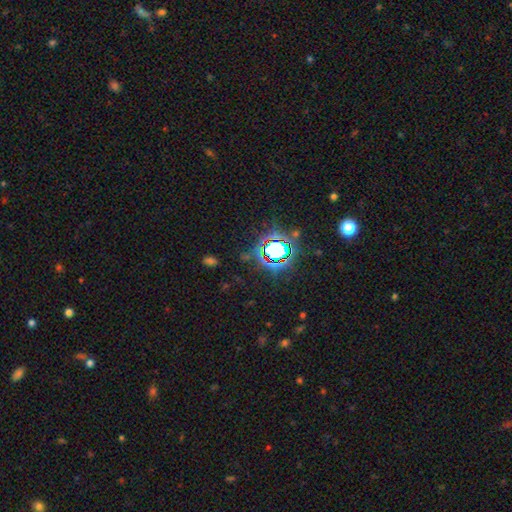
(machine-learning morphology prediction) smooth_or_featured: star or artifact (p=0.82) [alt: smooth p=0.10]